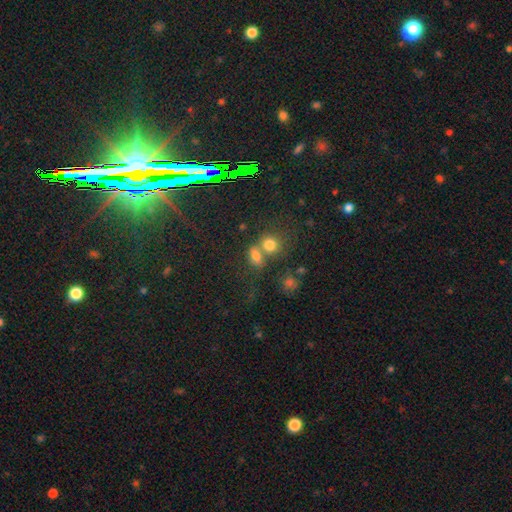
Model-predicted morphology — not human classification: Smooth or featured? Predicted: smooth (p=0.74). How rounded? Predicted: in between (p=0.58). Merging? Predicted: merger (p=0.48).